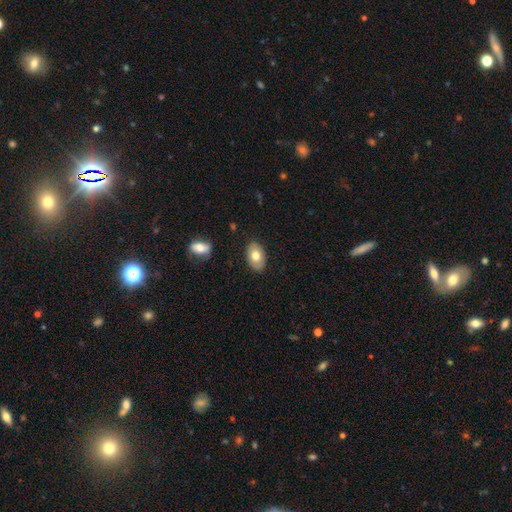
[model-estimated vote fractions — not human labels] Smooth or featured? smooth (74%)
How rounded? in between (91%)
Merging? none (87%)